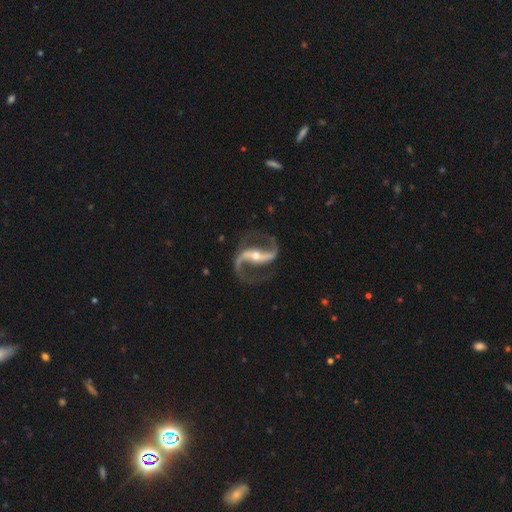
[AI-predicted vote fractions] The model was most divided on "spiral winding": loose: 46%, medium: 44%, tight: 9%. Remaining: spiral arms — yes (98%); edge-on disk — no (96%); spiral arm count — 2 (94%); smooth or featured — featured or disk (94%); merging — none (82%); bar — strong (66%); bulge size — moderate (50%).